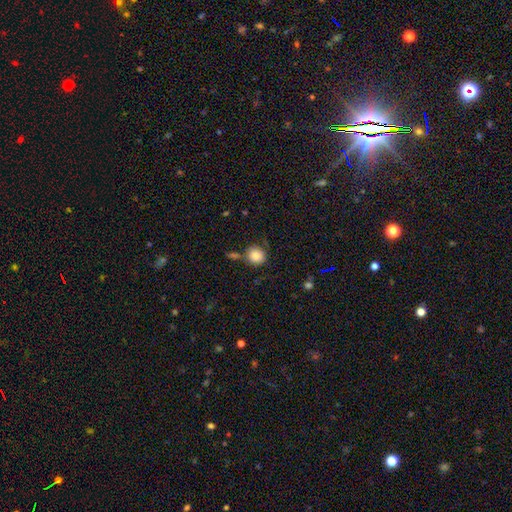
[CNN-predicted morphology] A smooth galaxy with no disk features (86%) that is round (89%). Merging: none (72%).